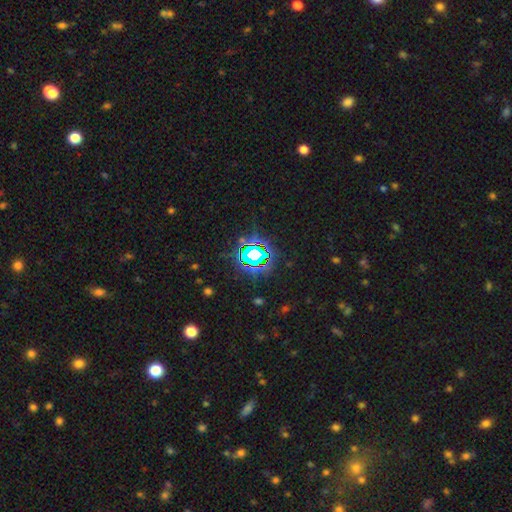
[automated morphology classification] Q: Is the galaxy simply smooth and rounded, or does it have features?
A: star or artifact — 74%.